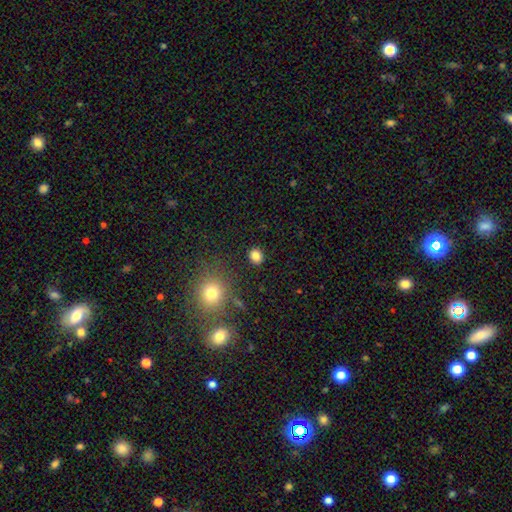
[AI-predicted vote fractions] Morphology: type=smooth (83%); roundness=round (65%); merging=none (88%).